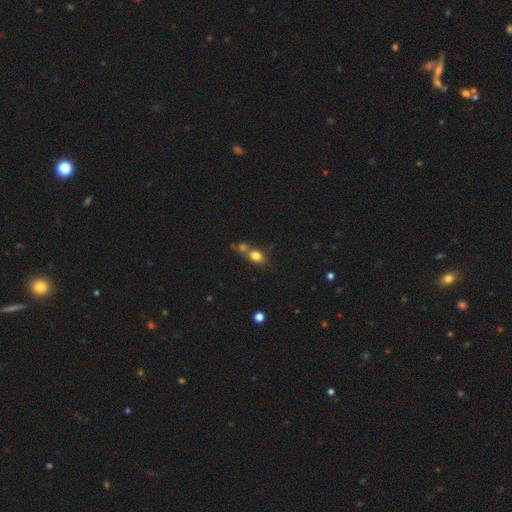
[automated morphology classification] Smooth or featured? Predicted: smooth (p=0.77). How rounded? Predicted: in between (p=0.52). Merging? Predicted: none (p=0.43).